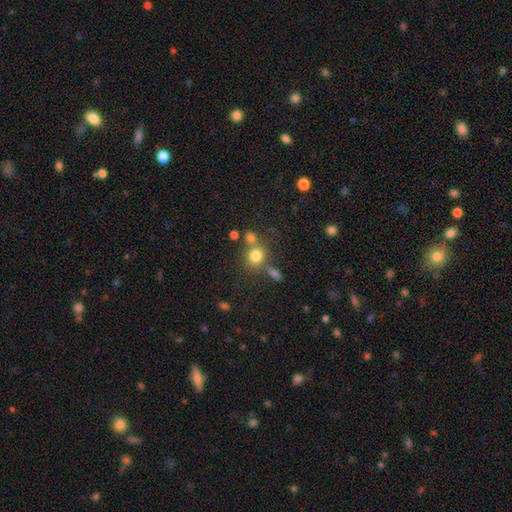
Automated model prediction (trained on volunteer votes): Morphology: type=smooth (77%); roundness=round (77%); merging=none (58%).